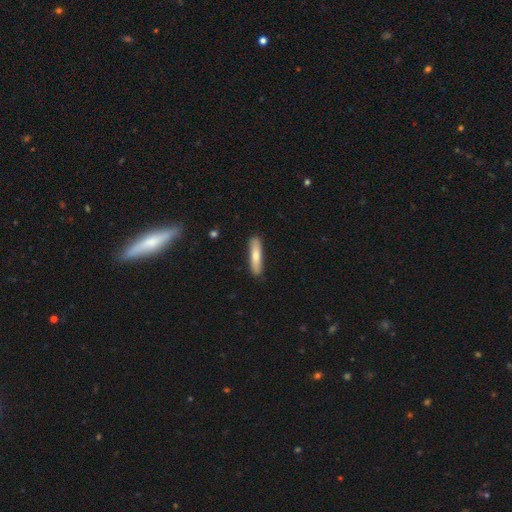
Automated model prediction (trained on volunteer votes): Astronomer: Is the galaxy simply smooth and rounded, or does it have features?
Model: smooth — 71%.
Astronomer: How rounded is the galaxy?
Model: cigar-shaped — 82%.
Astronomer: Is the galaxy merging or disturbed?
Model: none — 88%.